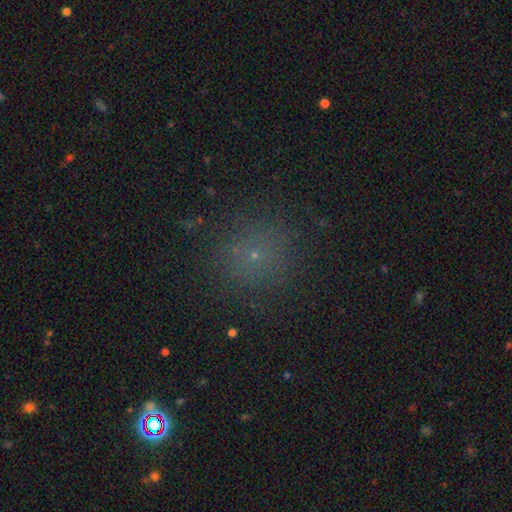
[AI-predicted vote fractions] This appears to be a smooth galaxy with no disk features (59%) that is round (92%). Merging: none (86%).